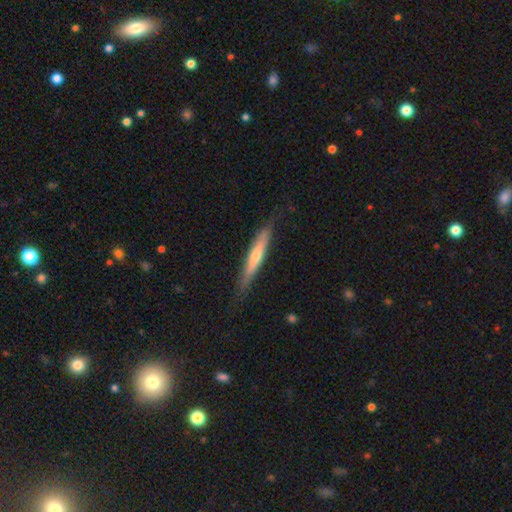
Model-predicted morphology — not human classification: A featured or disk galaxy (54%) viewed edge-on (92%).

Vote fractions:
- Smooth or featured? featured or disk: 54% / smooth: 41% / star or artifact: 6%
- Edge-on disk? yes: 92% / no: 8%
- Merging? none: 80% / minor disturbance: 16% / major disturbance: 3% / merger: 1%